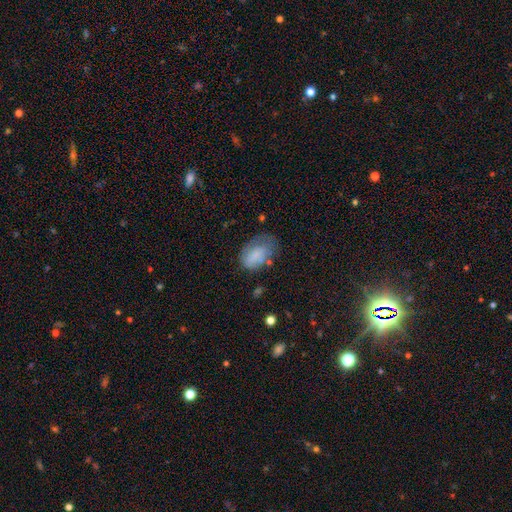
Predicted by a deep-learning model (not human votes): This appears to be a smooth galaxy with no disk features (71%) that is in between round and cigar-shaped (88%). Merging: none (42%).